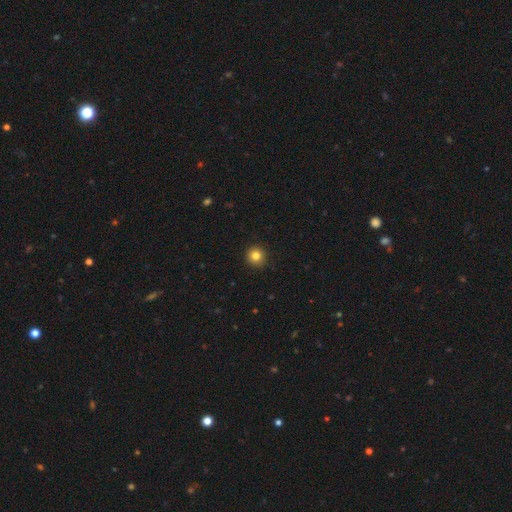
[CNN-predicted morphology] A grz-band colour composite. It shows a smooth galaxy with no disk features (83%) that is round (95%). Merging: none (93%).